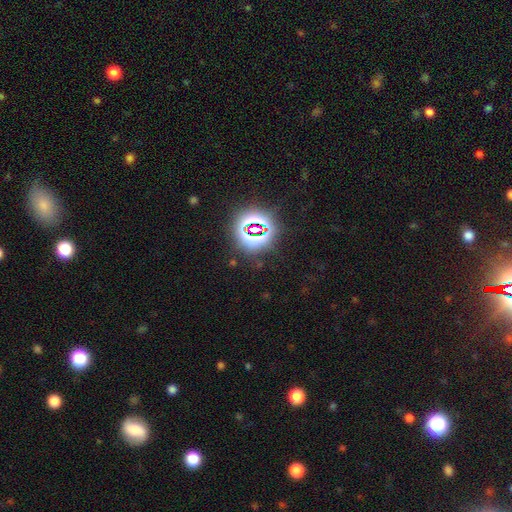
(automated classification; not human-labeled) Smooth or featured? star or artifact (79%)